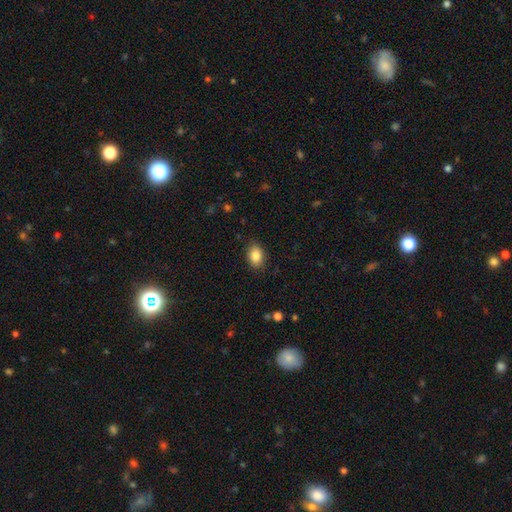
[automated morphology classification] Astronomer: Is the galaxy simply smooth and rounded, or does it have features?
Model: smooth — 87%.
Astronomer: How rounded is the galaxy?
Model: in between — 78%.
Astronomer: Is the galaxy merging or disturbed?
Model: none — 86%.